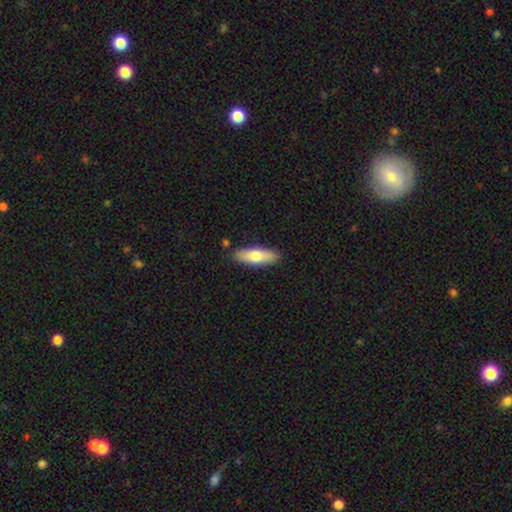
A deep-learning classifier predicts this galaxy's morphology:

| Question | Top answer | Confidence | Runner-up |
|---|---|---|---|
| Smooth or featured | smooth | 72% | featured or disk (22%) |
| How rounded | in between | 52% | cigar-shaped (46%) |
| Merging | none | 85% | minor disturbance (10%) |